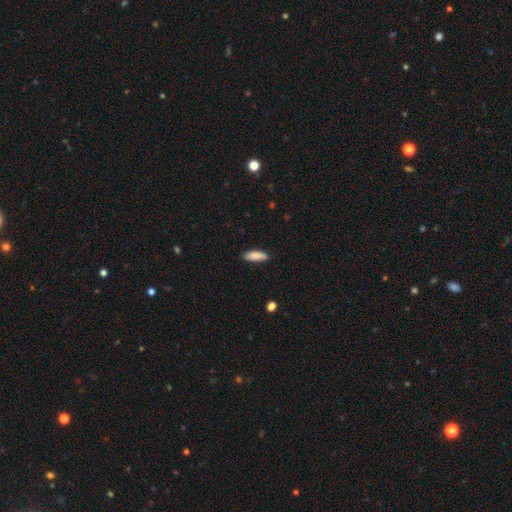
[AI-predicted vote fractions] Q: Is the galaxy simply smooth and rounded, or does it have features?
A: smooth — 87%.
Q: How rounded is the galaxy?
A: in between — 58%.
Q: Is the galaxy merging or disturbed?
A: none — 81%.